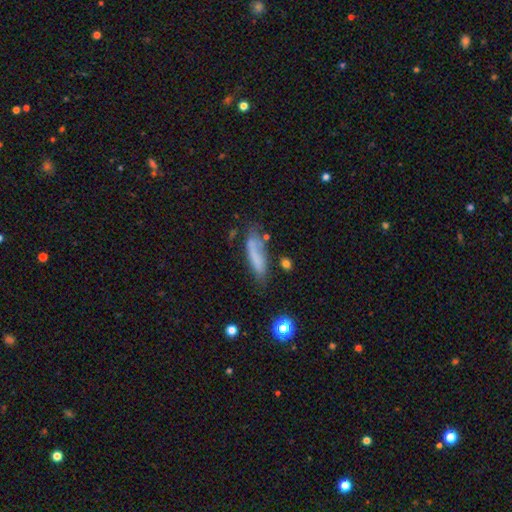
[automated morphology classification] Q: Smooth or featured?
A: smooth (65%); runner-up: featured or disk (25%)
Q: How rounded?
A: cigar-shaped (67%); runner-up: in between (31%)
Q: Merging?
A: none (53%); runner-up: minor disturbance (27%)